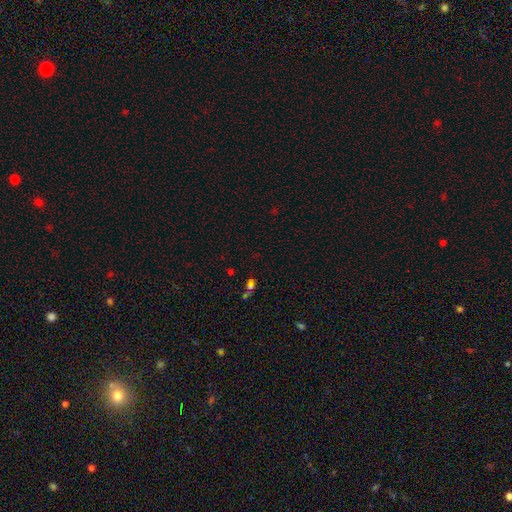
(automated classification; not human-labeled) smooth-or-featured: star or artifact: 47% | smooth: 42% | featured or disk: 12%